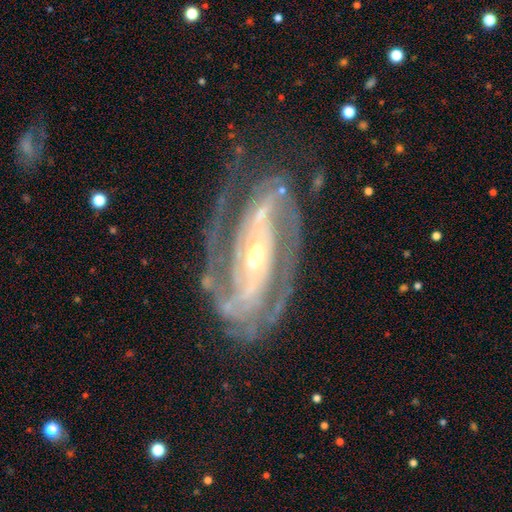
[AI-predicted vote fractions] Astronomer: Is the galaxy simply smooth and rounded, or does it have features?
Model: featured or disk — 92%.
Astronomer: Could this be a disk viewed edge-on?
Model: no — 96%.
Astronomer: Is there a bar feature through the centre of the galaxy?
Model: no — 36% (runner-up: weak, 35%).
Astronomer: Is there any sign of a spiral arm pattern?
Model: yes — 97%.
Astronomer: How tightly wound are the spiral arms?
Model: tight — 52% (runner-up: medium, 38%).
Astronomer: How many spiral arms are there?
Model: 2 — 60%.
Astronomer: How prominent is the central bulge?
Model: moderate — 65%.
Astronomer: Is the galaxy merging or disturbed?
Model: none — 64%.